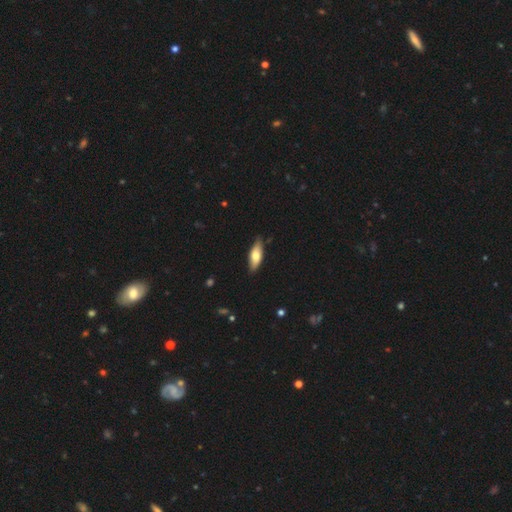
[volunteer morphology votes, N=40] smooth-or-featured: smooth: 72% | featured or disk: 18% | star or artifact: 10%
  how-rounded: in between: 59% | cigar-shaped: 41% | round: 0%
  merging: none: 72% | minor disturbance: 22% | major disturbance: 3% | merger: 3%